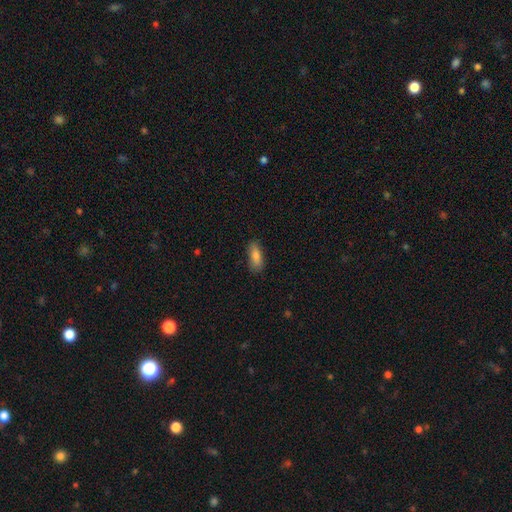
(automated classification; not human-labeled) Q: Smooth or featured?
A: smooth (82%); runner-up: featured or disk (10%)
Q: How rounded?
A: in between (63%); runner-up: cigar-shaped (34%)
Q: Merging?
A: none (82%); runner-up: minor disturbance (14%)